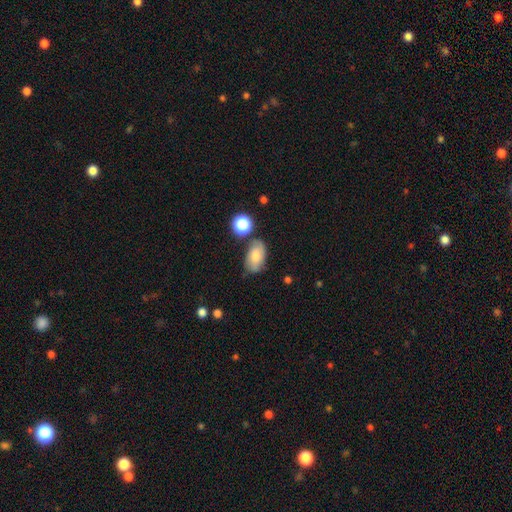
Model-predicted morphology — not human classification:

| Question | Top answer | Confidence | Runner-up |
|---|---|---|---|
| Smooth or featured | smooth | 69% | featured or disk (22%) |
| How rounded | in between | 90% | round (8%) |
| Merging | none | 67% | minor disturbance (21%) |